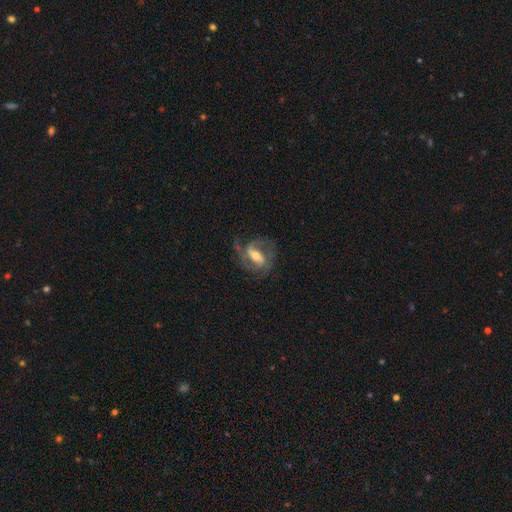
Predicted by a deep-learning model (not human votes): This appears to be a featured or disk galaxy (82%) with a strong bar (45%), 2 (69%) medium (51%) spiral arms (93%) and a moderate central bulge (61%). Merging: none (64%).